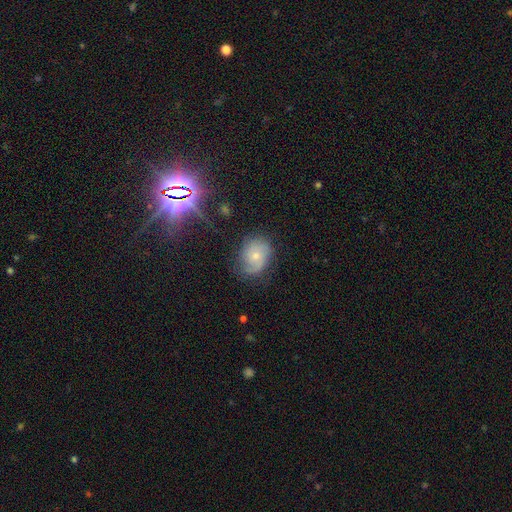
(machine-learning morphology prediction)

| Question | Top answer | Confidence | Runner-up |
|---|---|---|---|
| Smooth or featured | featured or disk | 51% | smooth (38%) |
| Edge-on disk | no | 96% | yes (4%) |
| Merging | none | 64% | minor disturbance (24%) |